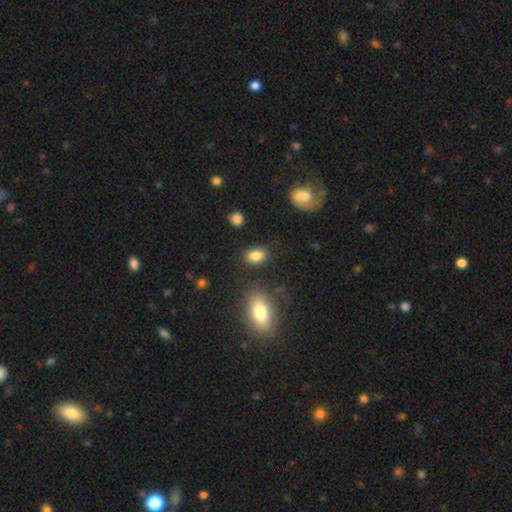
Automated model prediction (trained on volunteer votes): Morphology: type=smooth (85%); roundness=in between (85%); merging=none (85%).